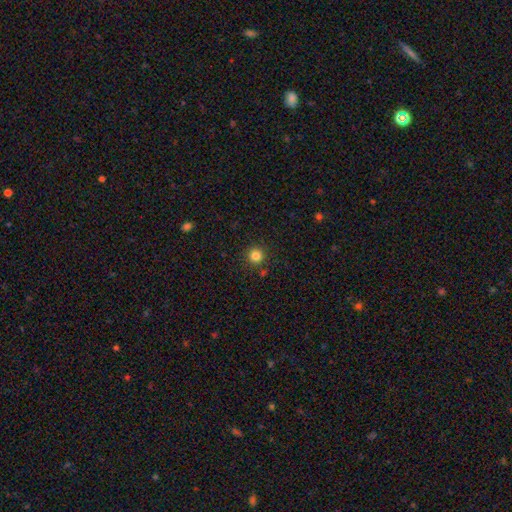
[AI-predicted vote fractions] A smooth galaxy with no disk features (83%) that is round (95%). Merging: none (89%).